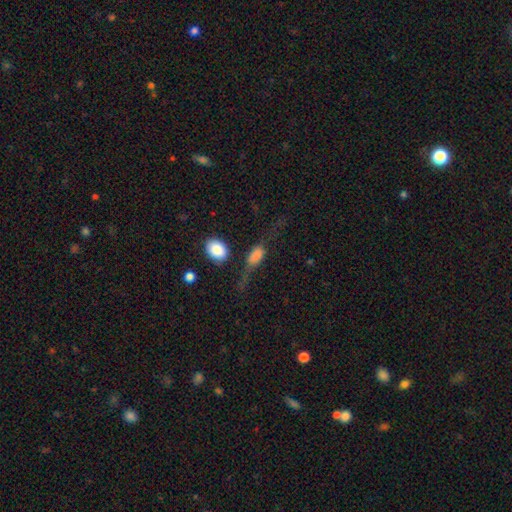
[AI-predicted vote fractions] Smooth or featured: smooth — 60% (featured or disk — 28%)
How rounded: in between — 68% (round — 18%)
Merging: none — 37% (major disturbance — 33%)